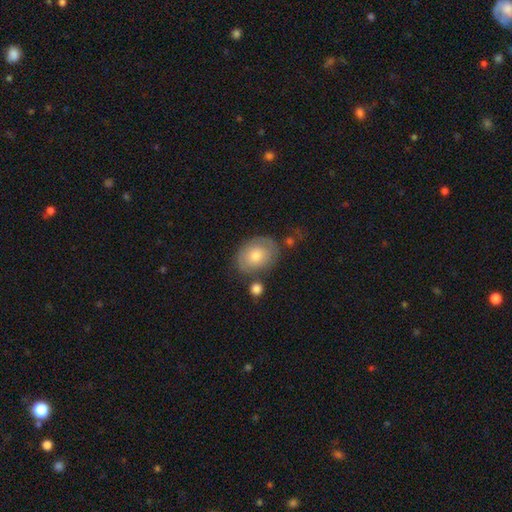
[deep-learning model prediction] Q: Smooth or featured?
A: smooth (54%); runner-up: featured or disk (37%)
Q: How rounded?
A: in between (60%); runner-up: round (38%)
Q: Merging?
A: none (65%); runner-up: minor disturbance (19%)